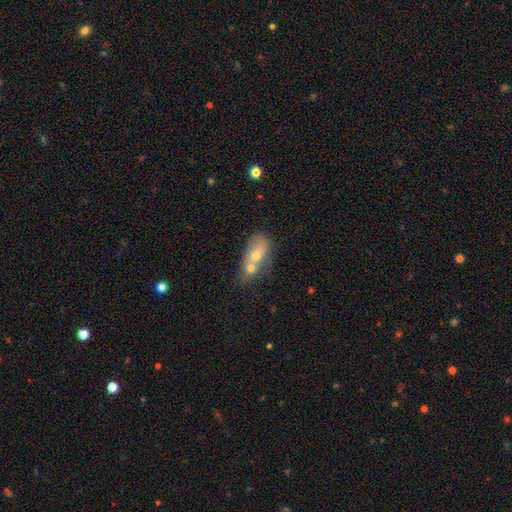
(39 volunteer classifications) Smooth or featured?
  - smooth: 67% *
  - featured or disk: 23%
  - star or artifact: 10%
How rounded?
  - in between: 54% *
  - round: 42%
  - cigar-shaped: 4%
Merging?
  - merger: 71% *
  - none: 11%
  - minor disturbance: 9%
  - major disturbance: 9%